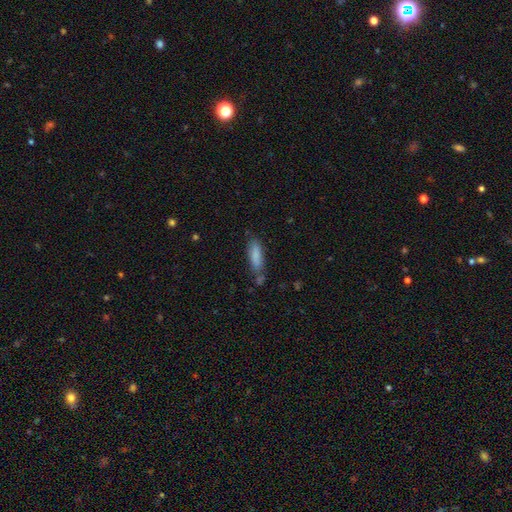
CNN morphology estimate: Q: Smooth or featured?
A: smooth (84%); runner-up: featured or disk (9%)
Q: How rounded?
A: cigar-shaped (57%); runner-up: in between (41%)
Q: Merging?
A: none (62%); runner-up: minor disturbance (23%)